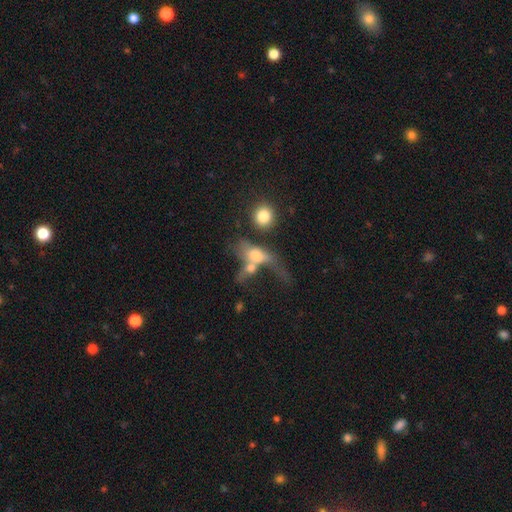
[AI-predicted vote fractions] This is possibly a smooth galaxy (49%). Merging: possibly merger (50%).